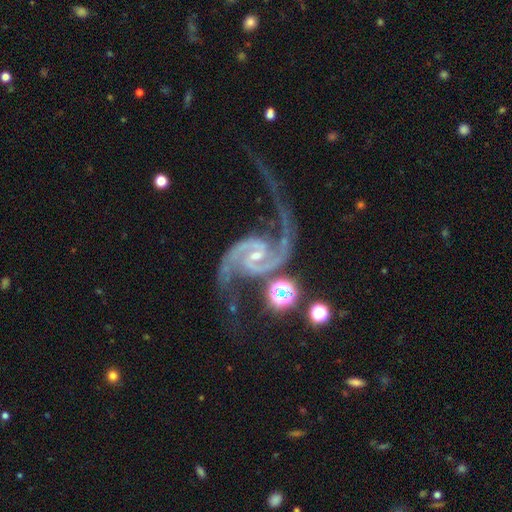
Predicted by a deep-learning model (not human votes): Morphology: type=featured or disk (93%); edge-on=no (98%); bar=weak (46%); spiral arms=yes (98%); winding=loose (47%); arm count=2 (93%); bulge=small (63%); merging=none (51%).